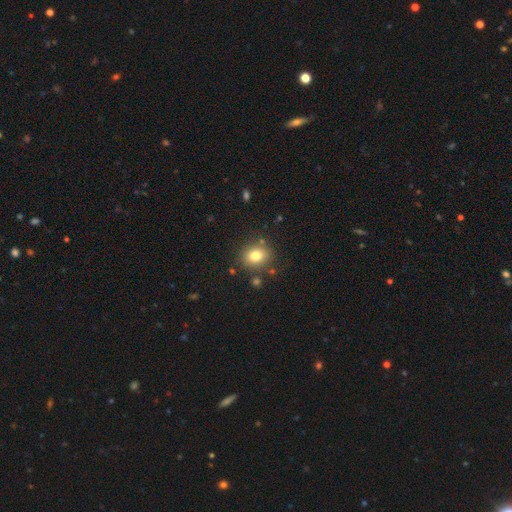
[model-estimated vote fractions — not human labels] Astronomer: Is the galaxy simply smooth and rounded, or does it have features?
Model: smooth — 79%.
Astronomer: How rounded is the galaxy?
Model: round — 57% (runner-up: in between, 42%).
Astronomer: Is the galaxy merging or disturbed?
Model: none — 83%.